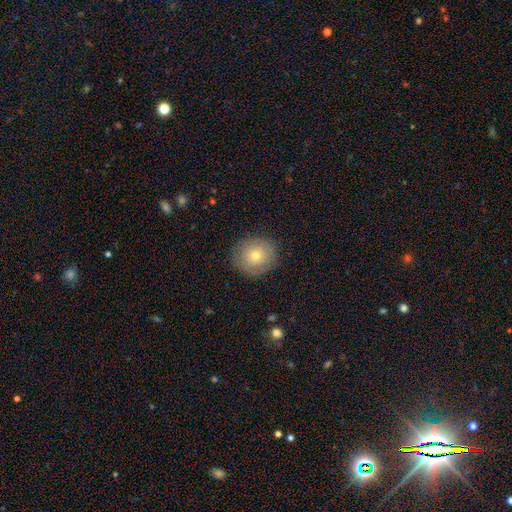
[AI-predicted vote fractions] A smooth galaxy with no disk features (57%) that is round (90%).

Vote fractions:
- Smooth or featured? smooth: 57% / featured or disk: 34% / star or artifact: 9%
- How rounded? round: 90% / in between: 9% / cigar-shaped: 1%
- Merging? none: 85% / minor disturbance: 11% / major disturbance: 4% / merger: 1%